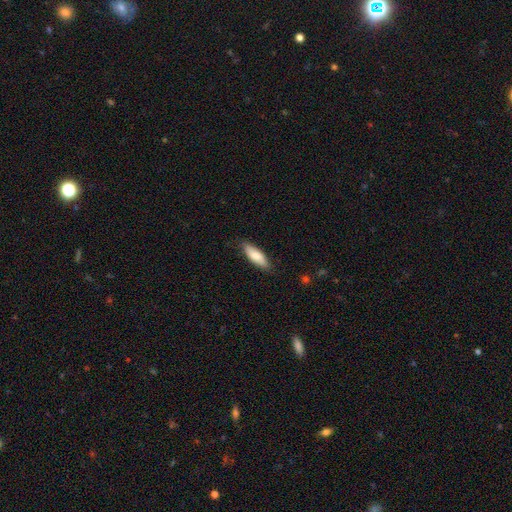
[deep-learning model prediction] Smooth or featured? Predicted: smooth (p=0.81). How rounded? Predicted: in between (p=0.55). Merging? Predicted: none (p=0.84).